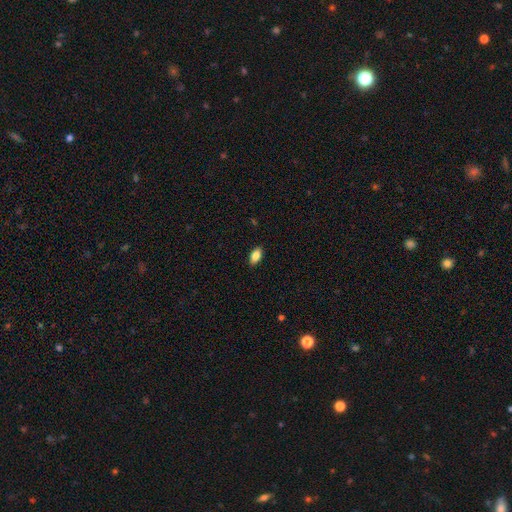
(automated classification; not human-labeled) Q: Smooth or featured?
A: smooth (84%); runner-up: featured or disk (8%)
Q: How rounded?
A: in between (91%); runner-up: cigar-shaped (5%)
Q: Merging?
A: none (89%); runner-up: minor disturbance (8%)